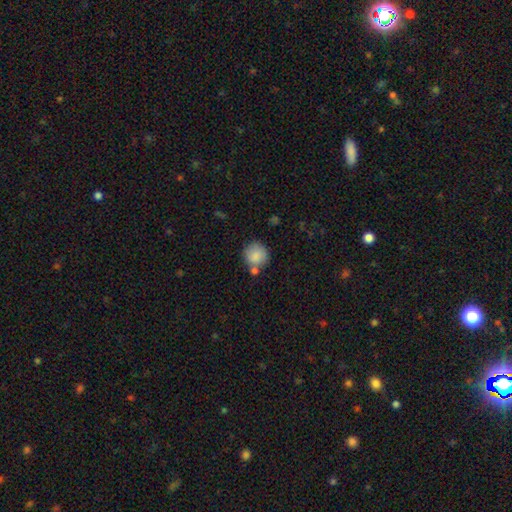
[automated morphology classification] smooth-or-featured: smooth: 85% | star or artifact: 8% | featured or disk: 7%
  how-rounded: round: 90% | in between: 9% | cigar-shaped: 1%
  merging: none: 65% | merger: 15% | minor disturbance: 15% | major disturbance: 4%